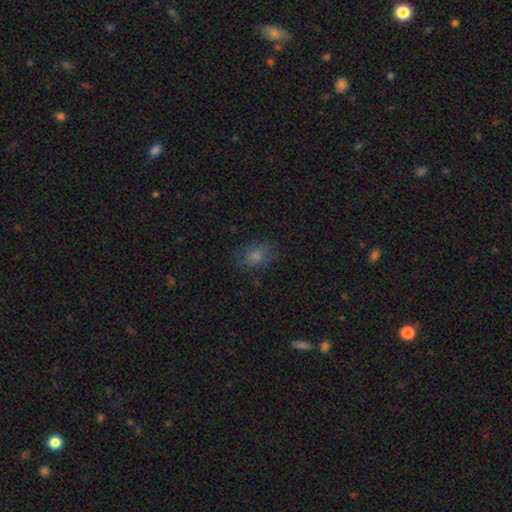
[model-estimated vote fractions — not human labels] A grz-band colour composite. It shows a smooth galaxy with no disk features (66%) that is in between round and cigar-shaped (71%). Merging: none (79%).